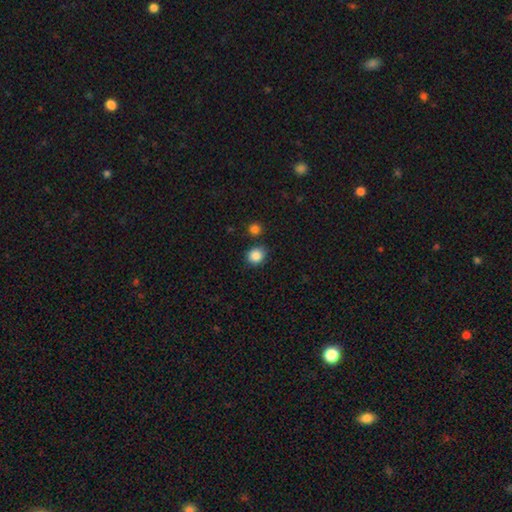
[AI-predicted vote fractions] Smooth or featured?
  - smooth: 86% *
  - star or artifact: 10%
  - featured or disk: 4%
How rounded?
  - round: 79% *
  - in between: 20%
  - cigar-shaped: 1%
Merging?
  - none: 79% *
  - minor disturbance: 12%
  - merger: 6%
  - major disturbance: 3%